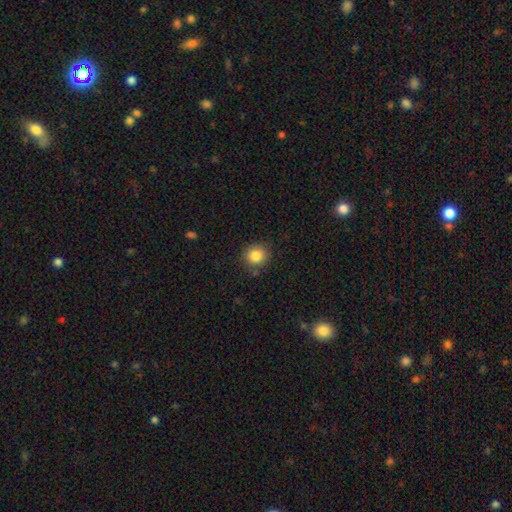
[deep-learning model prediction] smooth-or-featured: smooth: 84% | star or artifact: 10% | featured or disk: 6%
  how-rounded: round: 89% | in between: 10% | cigar-shaped: 1%
  merging: none: 86% | minor disturbance: 9% | major disturbance: 3% | merger: 2%